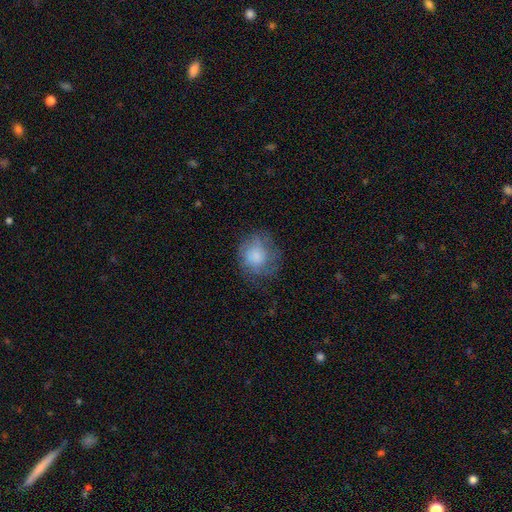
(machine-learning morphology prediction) The model was most divided on "merging": none: 60%, minor disturbance: 23%, major disturbance: 15%, merger: 1%. More confident: how rounded — round (79%); smooth or featured — smooth (69%).